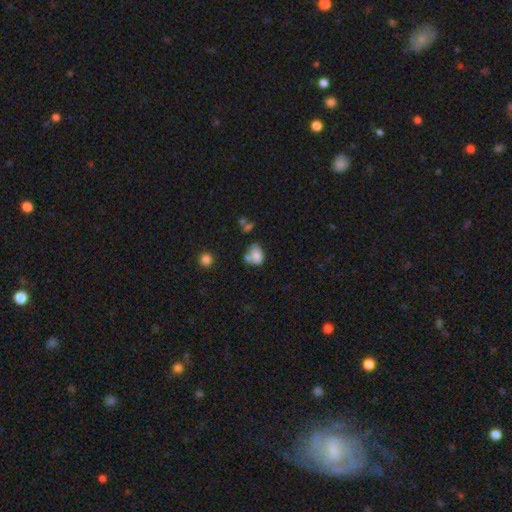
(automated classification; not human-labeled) The model was most divided on "merging": merger: 35%, none: 32%, minor disturbance: 21%, major disturbance: 11%. More confident: smooth or featured — smooth (76%); how rounded — in between (71%).